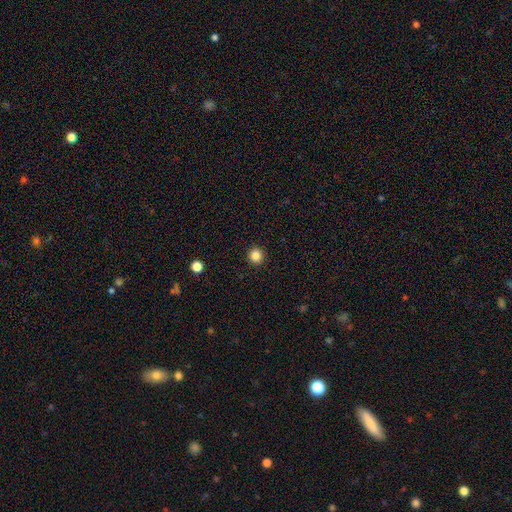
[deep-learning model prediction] smooth 84%, star or artifact 12%, featured or disk 4%. Down the decision tree: how rounded — round (94%); merging — none (93%).